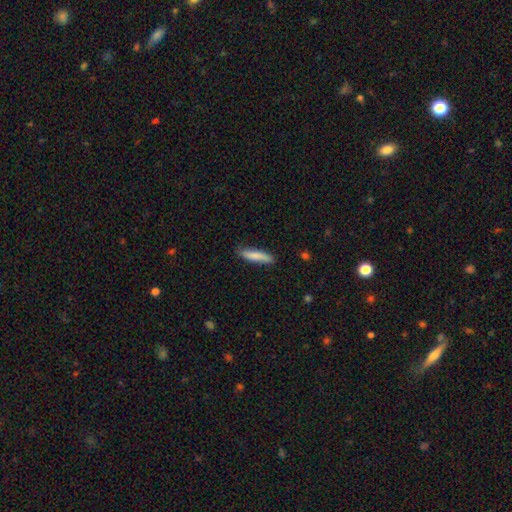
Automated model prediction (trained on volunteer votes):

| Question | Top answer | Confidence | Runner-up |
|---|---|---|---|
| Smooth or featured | smooth | 81% | featured or disk (14%) |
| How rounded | cigar-shaped | 83% | in between (15%) |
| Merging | none | 81% | minor disturbance (16%) |